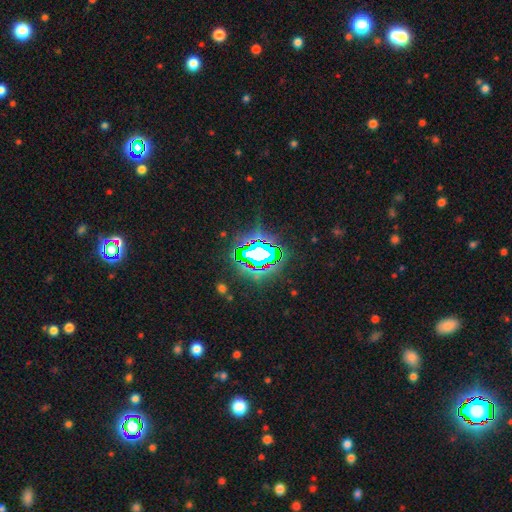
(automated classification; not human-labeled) Smooth or featured? Predicted: star or artifact (p=0.80).